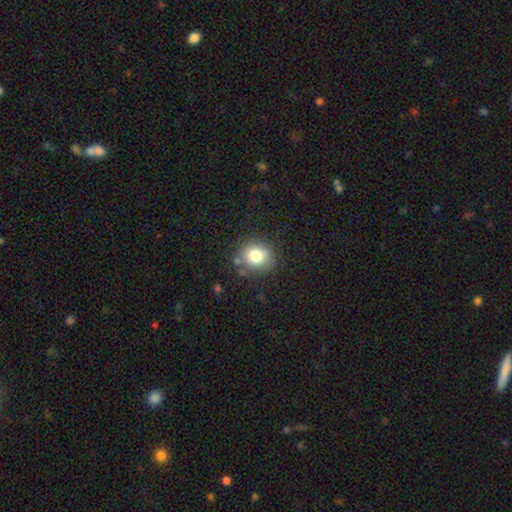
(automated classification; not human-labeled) The model was most divided on "how rounded": round: 71%, in between: 28%, cigar-shaped: 1%. More confident: smooth or featured — smooth (79%); merging — none (76%).